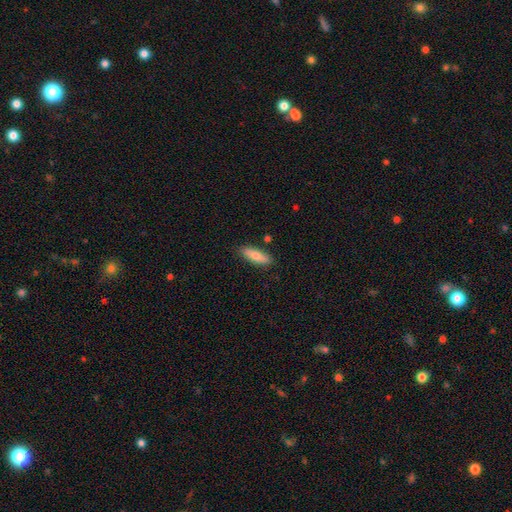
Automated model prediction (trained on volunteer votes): This appears to be a smooth galaxy with no disk features (78%) that is in between round and cigar-shaped (56%). Merging: none (85%).